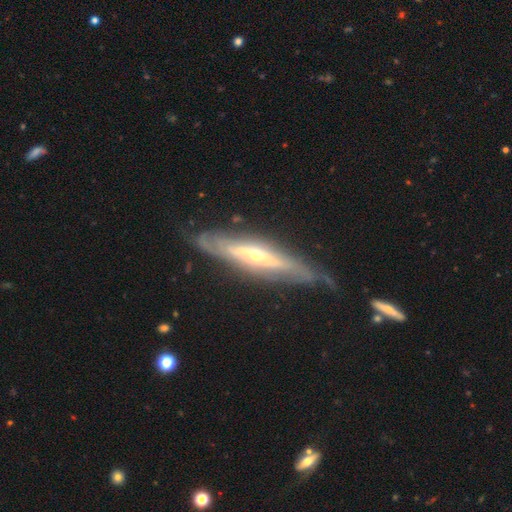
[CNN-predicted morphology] featured or disk 80%, smooth 14%, star or artifact 6%. Down the decision tree: edge-on disk — yes (65%); edge-on bulge — rounded (79%); merging — none (68%).